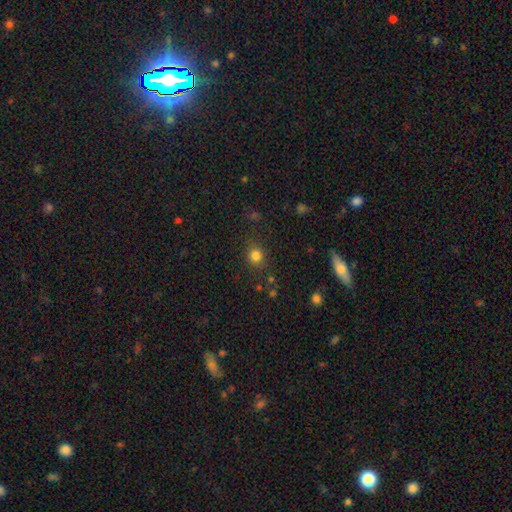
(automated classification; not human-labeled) smooth_or_featured: smooth (p=0.81) [alt: star or artifact p=0.14]
how_rounded: round (p=0.79) [alt: in between p=0.20]
merging: none (p=0.83) [alt: minor disturbance p=0.11]